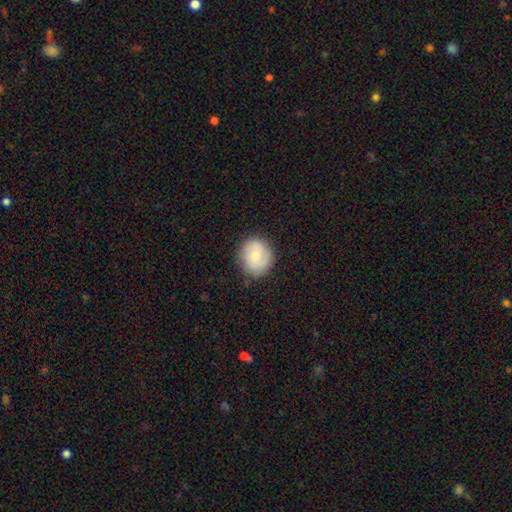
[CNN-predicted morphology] Smooth or featured? smooth (69%)
How rounded? round (77%)
Merging? none (81%)